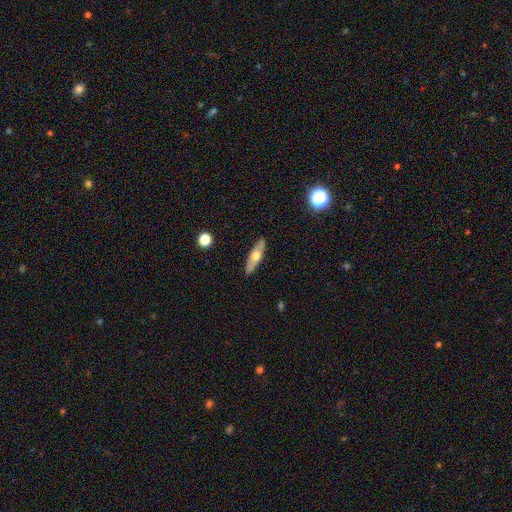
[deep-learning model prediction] Smooth or featured? Predicted: smooth (p=0.49). Merging? Predicted: none (p=0.89).